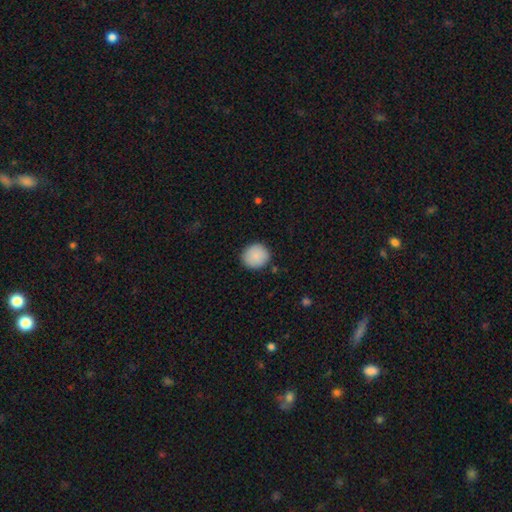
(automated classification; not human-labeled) The model was most divided on "how rounded": round: 87%, in between: 12%, cigar-shaped: 1%. More confident: smooth or featured — smooth (89%); merging — none (89%).